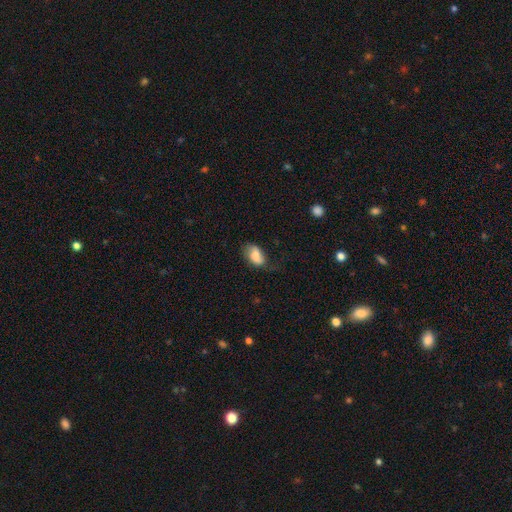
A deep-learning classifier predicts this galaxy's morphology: A smooth galaxy with no disk features (71%) that is in between round and cigar-shaped (89%). Merging: none (48%).